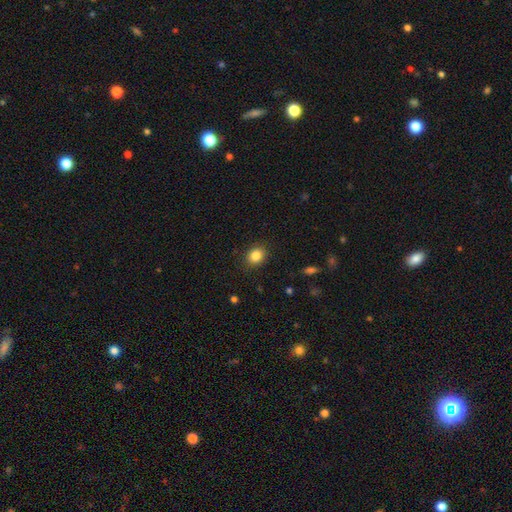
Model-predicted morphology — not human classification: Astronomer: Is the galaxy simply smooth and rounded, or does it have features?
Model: smooth — 84%.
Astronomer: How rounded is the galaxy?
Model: round — 56% (runner-up: in between, 43%).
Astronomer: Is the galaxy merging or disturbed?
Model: none — 87%.